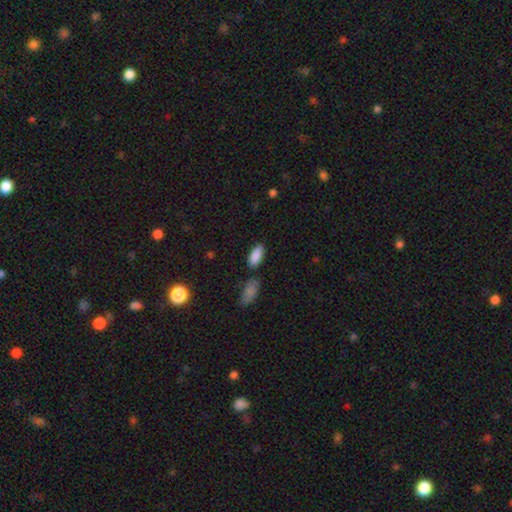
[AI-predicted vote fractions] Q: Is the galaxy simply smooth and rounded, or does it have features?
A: smooth — 88%.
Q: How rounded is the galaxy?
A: in between — 85%.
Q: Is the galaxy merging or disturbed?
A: none — 77%.